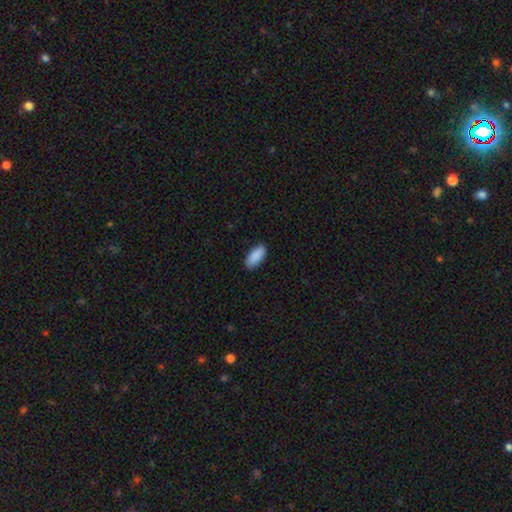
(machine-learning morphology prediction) Smooth or featured?
  - smooth: 91% *
  - star or artifact: 6%
  - featured or disk: 3%
How rounded?
  - in between: 90% *
  - cigar-shaped: 8%
  - round: 2%
Merging?
  - none: 87% *
  - minor disturbance: 10%
  - major disturbance: 2%
  - merger: 1%